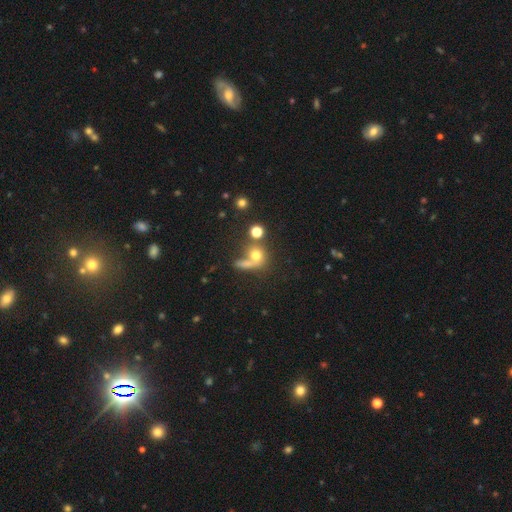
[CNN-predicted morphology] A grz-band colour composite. It shows a smooth galaxy with no disk features (68%) that is round (73%). Merging: none (38%).